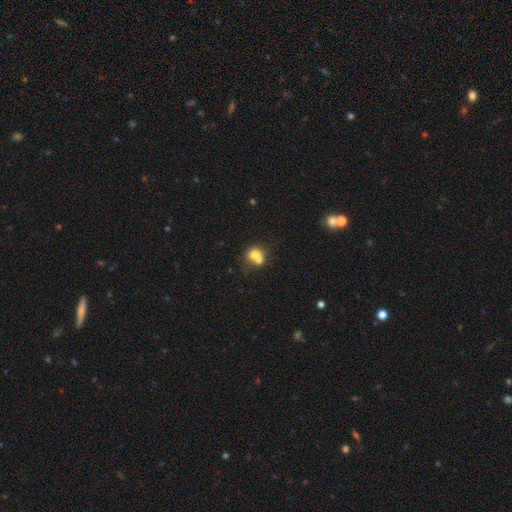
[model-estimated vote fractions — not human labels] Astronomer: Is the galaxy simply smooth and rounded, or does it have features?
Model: smooth — 71%.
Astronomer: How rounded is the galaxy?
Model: round — 75%.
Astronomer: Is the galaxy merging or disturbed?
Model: merger — 57%.